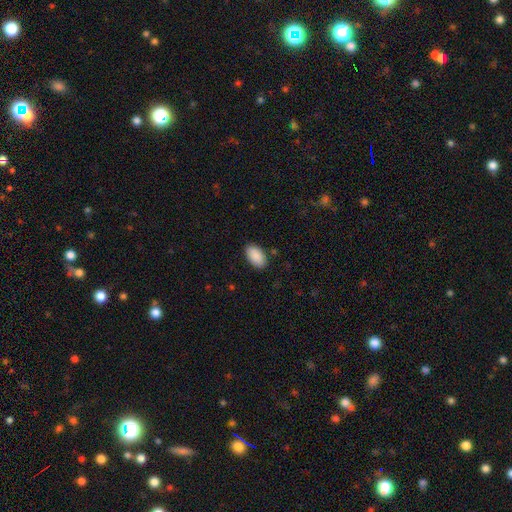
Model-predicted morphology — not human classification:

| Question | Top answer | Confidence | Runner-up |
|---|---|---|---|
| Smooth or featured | smooth | 91% | star or artifact (6%) |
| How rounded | in between | 95% | round (4%) |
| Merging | none | 87% | minor disturbance (9%) |